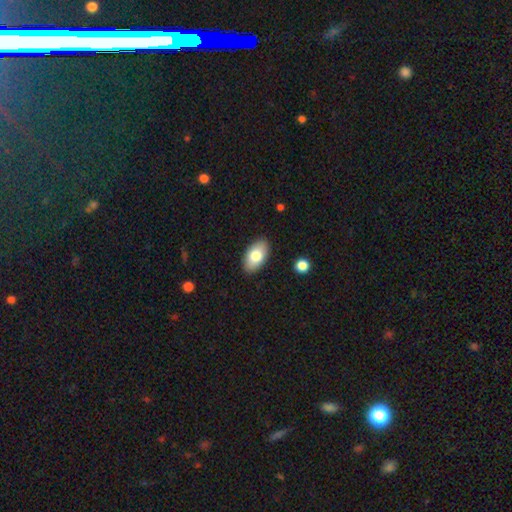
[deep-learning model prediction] Smooth or featured? Predicted: smooth (p=0.78). How rounded? Predicted: in between (p=0.95). Merging? Predicted: none (p=0.88).